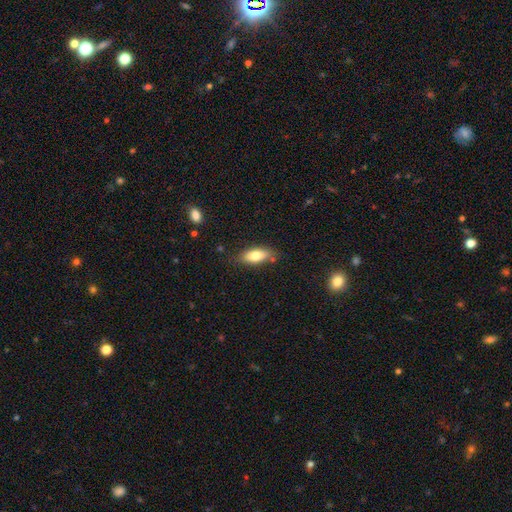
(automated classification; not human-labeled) Overall: smooth (76%). How rounded: in between (79%). Merging: none (77%).